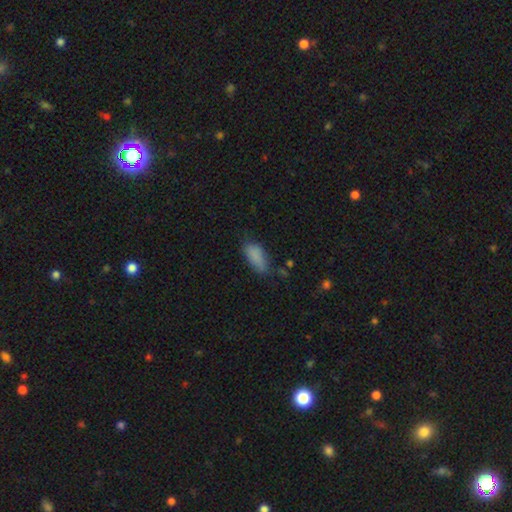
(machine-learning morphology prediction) Smooth or featured?
  - smooth: 85% *
  - star or artifact: 8%
  - featured or disk: 7%
How rounded?
  - in between: 84% *
  - cigar-shaped: 13%
  - round: 2%
Merging?
  - none: 60% *
  - minor disturbance: 29%
  - major disturbance: 8%
  - merger: 3%